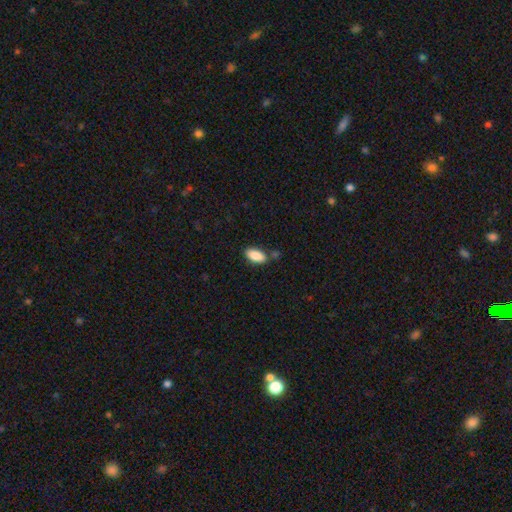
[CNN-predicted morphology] This is clearly a smooth galaxy (88%). How rounded: clearly in between (90%). Merging: likely none (76%).